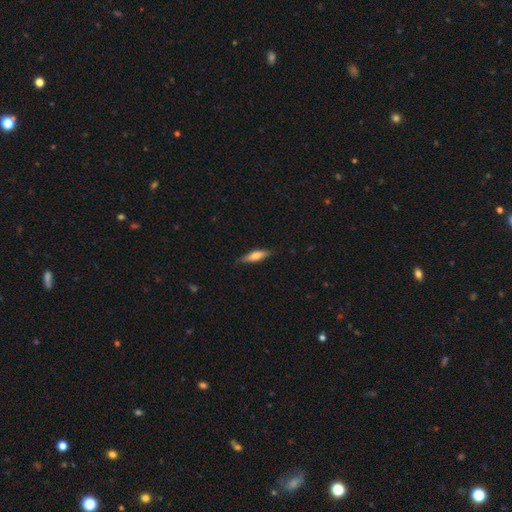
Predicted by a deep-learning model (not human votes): This appears to be a smooth galaxy with no disk features (65%) that is cigar-shaped (68%). Merging: none (84%).